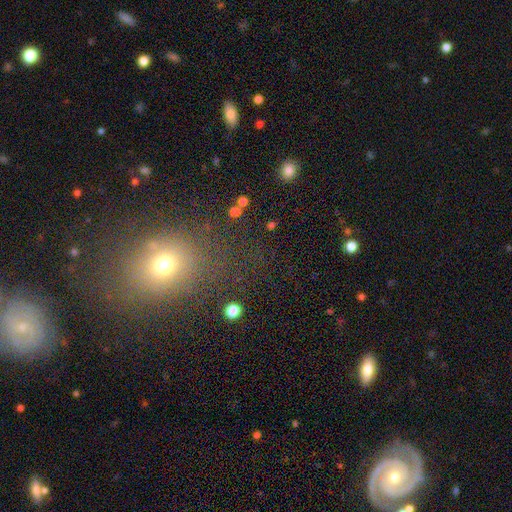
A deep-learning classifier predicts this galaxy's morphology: A smooth galaxy with no disk features (57%) that is round (56%). Merging: none (74%).